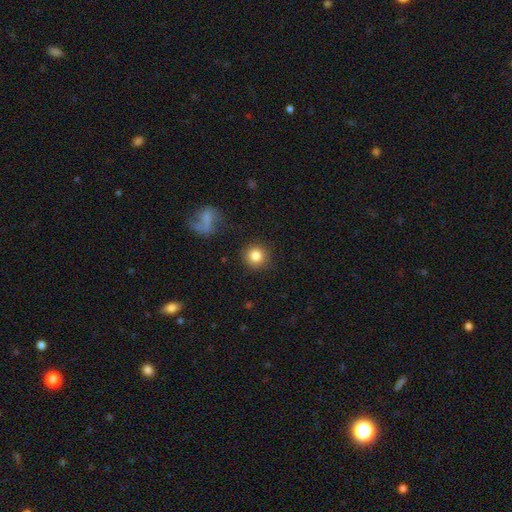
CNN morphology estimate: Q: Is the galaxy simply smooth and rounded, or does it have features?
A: smooth — 84%.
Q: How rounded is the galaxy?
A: round — 93%.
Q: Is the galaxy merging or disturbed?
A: none — 88%.